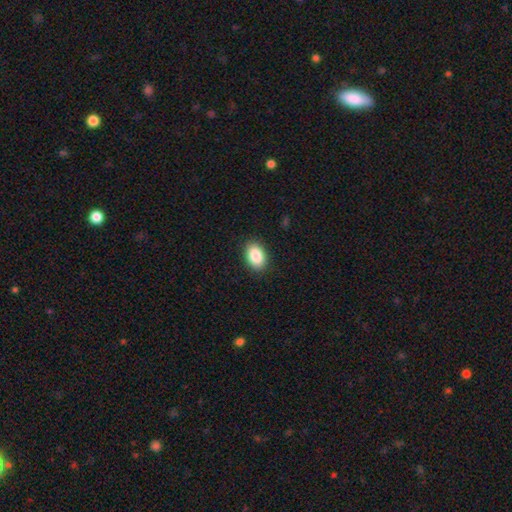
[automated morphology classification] This appears to be a smooth galaxy with no disk features (88%) that is in between round and cigar-shaped (87%). Merging: none (89%).